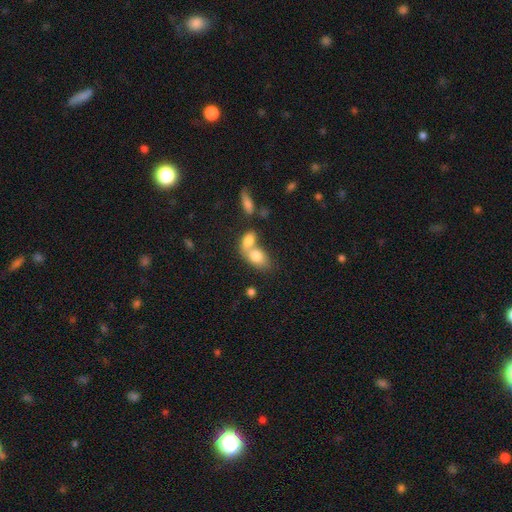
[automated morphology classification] This appears to be a smooth galaxy with no disk features (78%) that is in between round and cigar-shaped (83%). Merging: merger (65%).